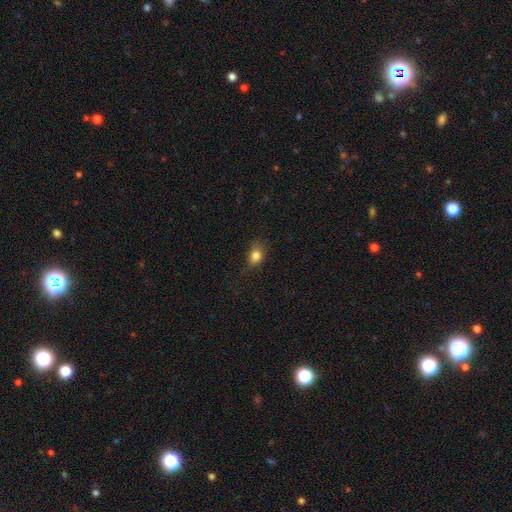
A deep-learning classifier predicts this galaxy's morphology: A smooth galaxy with no disk features (83%) that is in between round and cigar-shaped (59%). Merging: none (68%).